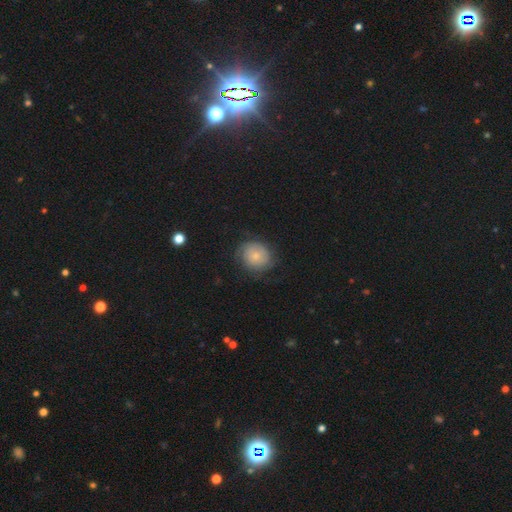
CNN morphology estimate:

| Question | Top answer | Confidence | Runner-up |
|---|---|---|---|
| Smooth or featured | smooth | 58% | featured or disk (33%) |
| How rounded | round | 79% | in between (20%) |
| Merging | none | 72% | minor disturbance (19%) |